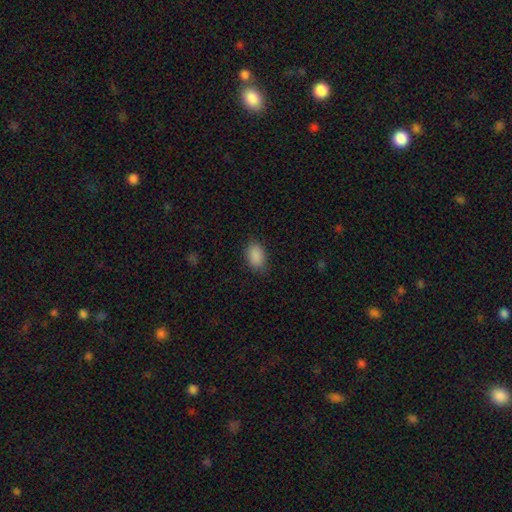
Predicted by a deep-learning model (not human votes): A smooth galaxy with no disk features (89%) that is in between round and cigar-shaped (89%).

Vote fractions:
- Smooth or featured? smooth: 89% / star or artifact: 8% / featured or disk: 3%
- How rounded? in between: 89% / round: 10% / cigar-shaped: 1%
- Merging? none: 82% / minor disturbance: 13% / major disturbance: 4% / merger: 1%